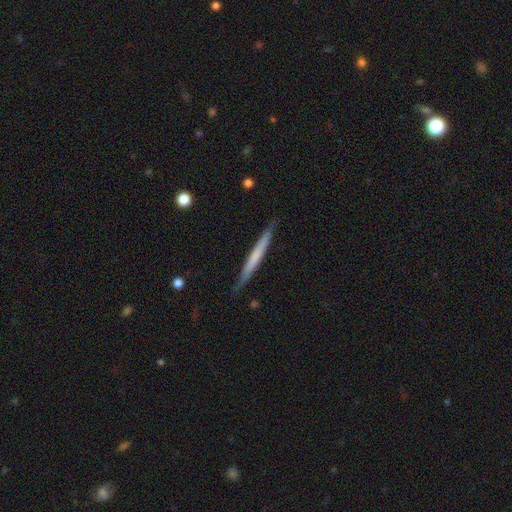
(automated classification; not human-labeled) The model was most divided on "smooth or featured": smooth: 50%, featured or disk: 44%, star or artifact: 5%. More confident: how rounded — cigar-shaped (97%); merging — none (87%).